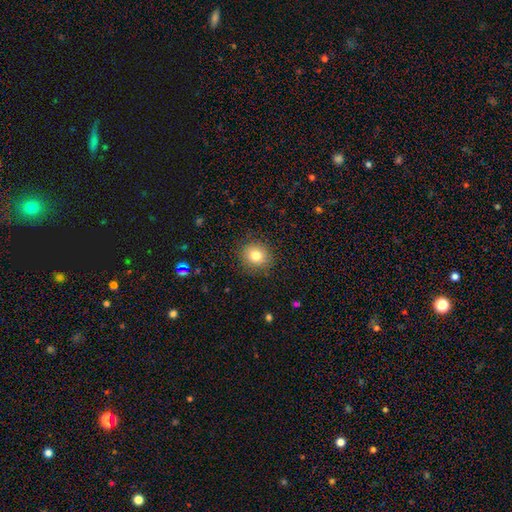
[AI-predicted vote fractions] Overall: smooth (80%). How rounded: round (83%). Merging: none (88%).